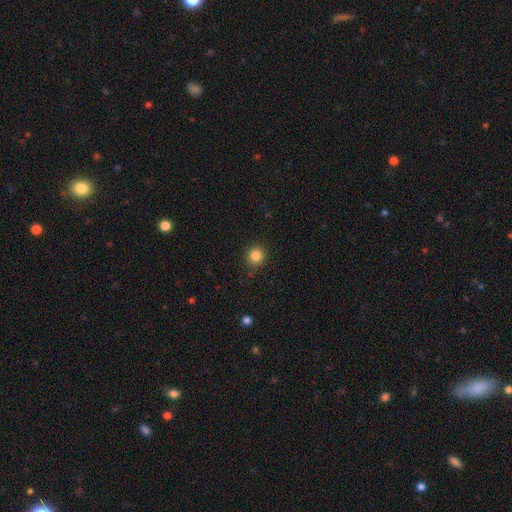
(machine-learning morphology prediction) smooth_or_featured: smooth (p=0.85) [alt: star or artifact p=0.11]
how_rounded: round (p=0.91) [alt: in between p=0.08]
merging: none (p=0.88) [alt: minor disturbance p=0.08]